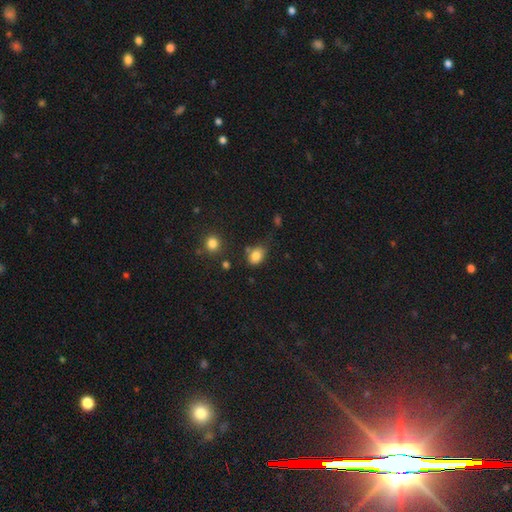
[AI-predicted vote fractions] Smooth or featured? Predicted: smooth (p=0.82). How rounded? Predicted: in between (p=0.74). Merging? Predicted: none (p=0.61).